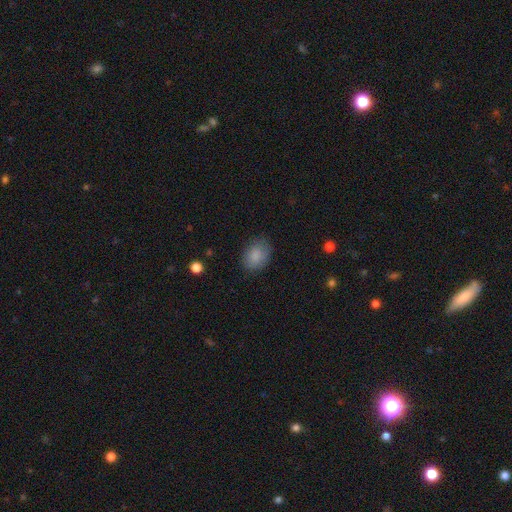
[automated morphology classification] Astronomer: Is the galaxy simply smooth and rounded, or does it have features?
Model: smooth — 86%.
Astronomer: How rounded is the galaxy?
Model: in between — 71%.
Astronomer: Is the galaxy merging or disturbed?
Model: none — 78%.